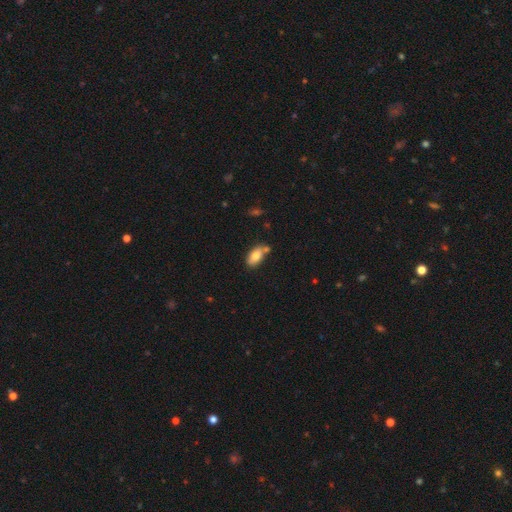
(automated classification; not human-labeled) Morphology: type=smooth (78%); roundness=in between (91%); merging=none (58%).